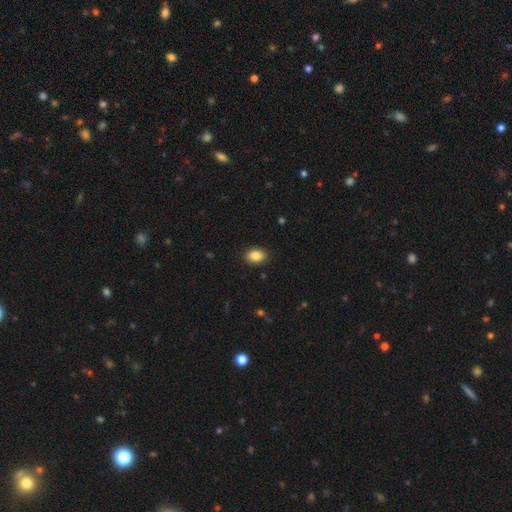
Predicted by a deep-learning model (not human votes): smooth_or_featured: smooth (p=0.87) [alt: star or artifact p=0.08]
how_rounded: in between (p=0.82) [alt: round p=0.17]
merging: none (p=0.89) [alt: minor disturbance p=0.08]